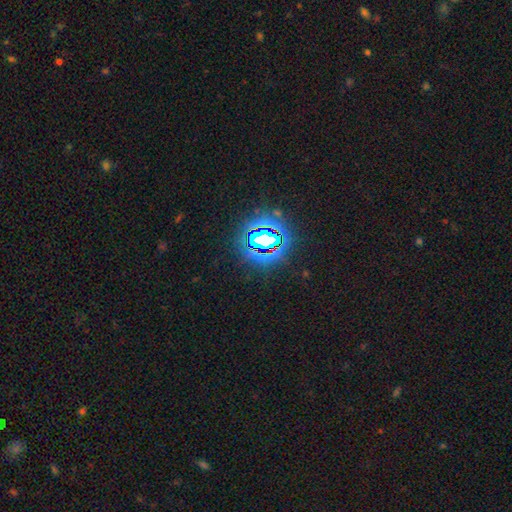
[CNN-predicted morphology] star or artifact 82%, smooth 12%, featured or disk 6%.